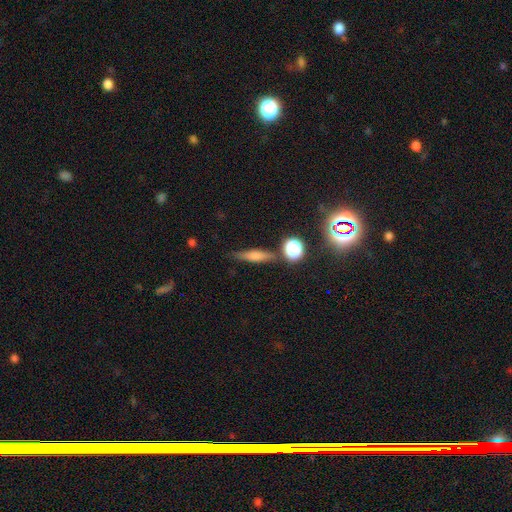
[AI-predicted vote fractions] Smooth or featured?
  - smooth: 57% *
  - featured or disk: 31%
  - star or artifact: 12%
How rounded?
  - cigar-shaped: 66% *
  - in between: 24%
  - round: 10%
Merging?
  - none: 76% *
  - minor disturbance: 14%
  - merger: 5%
  - major disturbance: 4%